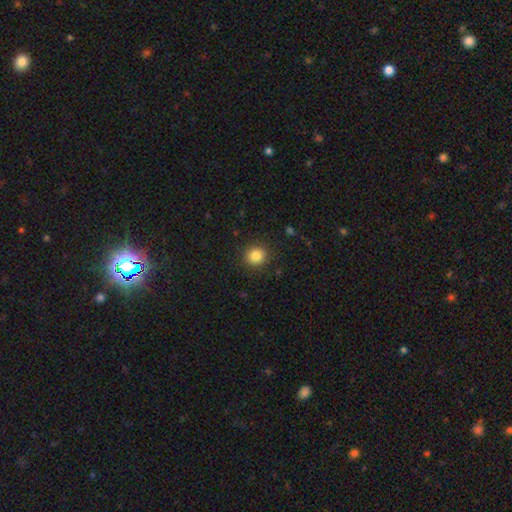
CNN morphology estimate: A smooth galaxy with no disk features (84%) that is round (85%). Merging: none (89%).